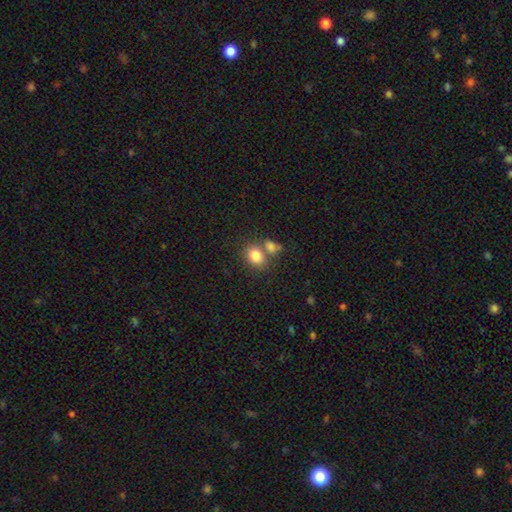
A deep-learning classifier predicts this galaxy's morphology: A smooth galaxy with no disk features (82%) that is round (53%). Merging: none (52%).